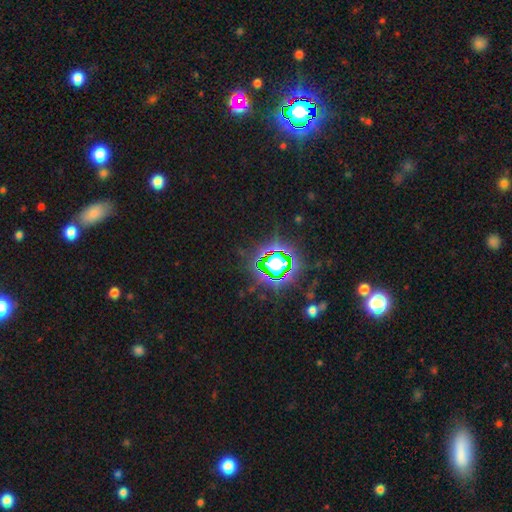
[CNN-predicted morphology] star or artifact 80%, smooth 12%, featured or disk 8%.